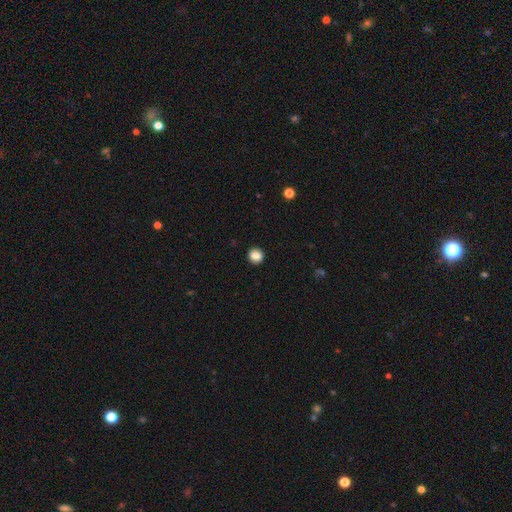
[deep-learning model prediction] The model was most divided on "smooth or featured": smooth: 86%, star or artifact: 10%, featured or disk: 5%. More confident: merging — none (92%); how rounded — round (88%).